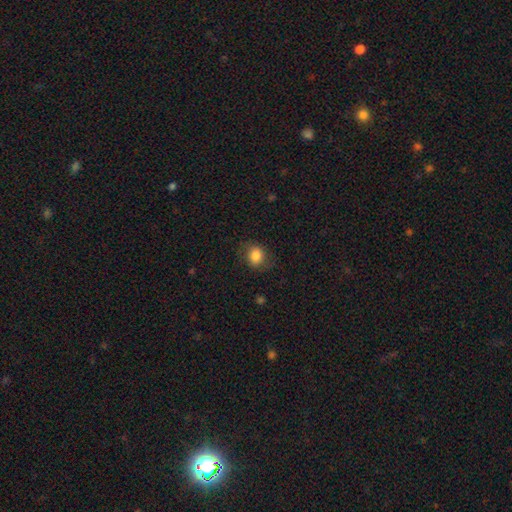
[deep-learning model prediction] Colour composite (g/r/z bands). It shows a smooth galaxy with no disk features (83%) that is round (63%). Merging: none (77%).